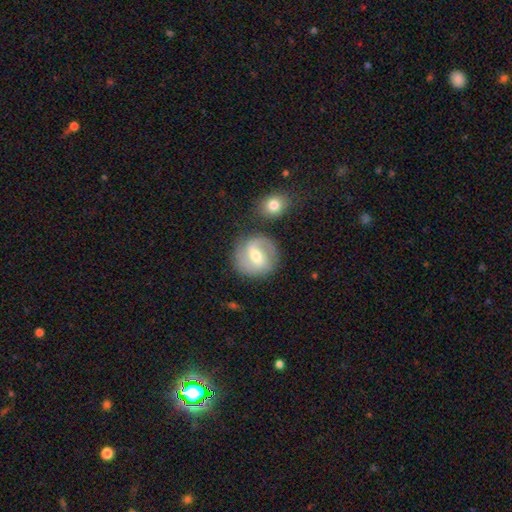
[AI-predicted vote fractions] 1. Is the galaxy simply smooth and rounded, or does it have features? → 65% featured or disk, 29% smooth, 7% star or artifact.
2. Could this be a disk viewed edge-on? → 97% no, 3% yes.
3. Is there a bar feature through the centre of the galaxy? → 55% weak, 27% strong, 18% no.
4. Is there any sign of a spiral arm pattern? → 84% yes, 16% no.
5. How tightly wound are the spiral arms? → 46% medium, 30% loose, 24% tight.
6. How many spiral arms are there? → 83% 2, 8% can't tell, 5% 1, 2% 3, 1% 4, 1% more than 4.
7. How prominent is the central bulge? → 71% moderate, 21% small, 6% large, 1% none, 1% dominant.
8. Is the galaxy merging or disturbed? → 77% none, 12% minor disturbance, 6% merger, 5% major disturbance.